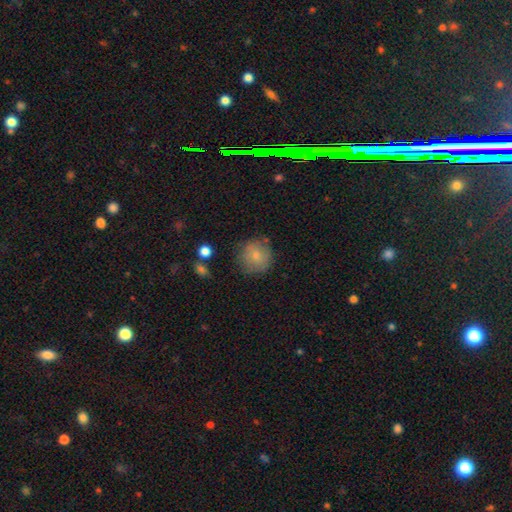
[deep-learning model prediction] This is likely a smooth galaxy (79%). How rounded: clearly round (92%). Merging: likely none (77%).